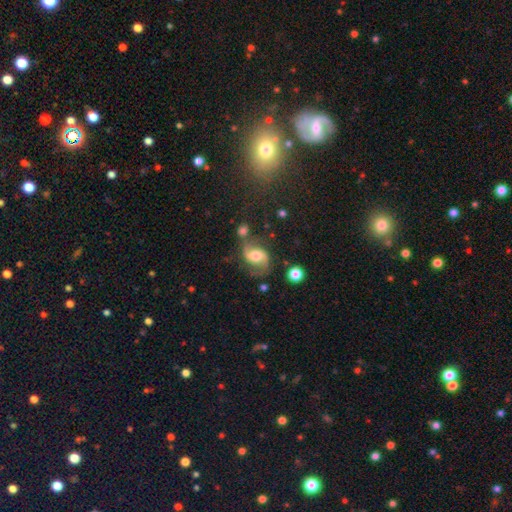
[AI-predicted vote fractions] A featured or disk galaxy (74%) with a weak bar (42%), 2 (90%) loose (45%) spiral arms (93%) and a moderate central bulge (61%). Merging: none (57%).